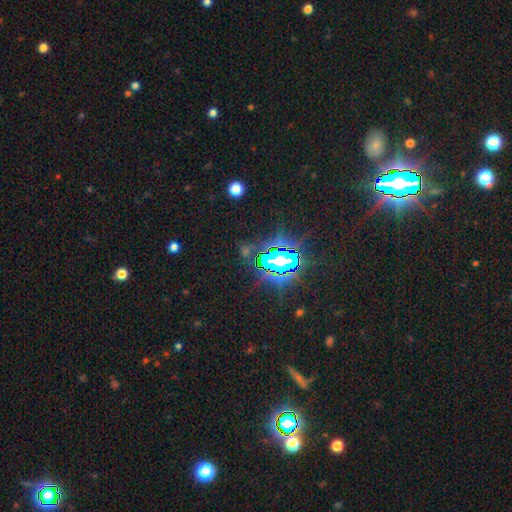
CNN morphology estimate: smooth-or-featured: star or artifact: 83% | smooth: 9% | featured or disk: 7%